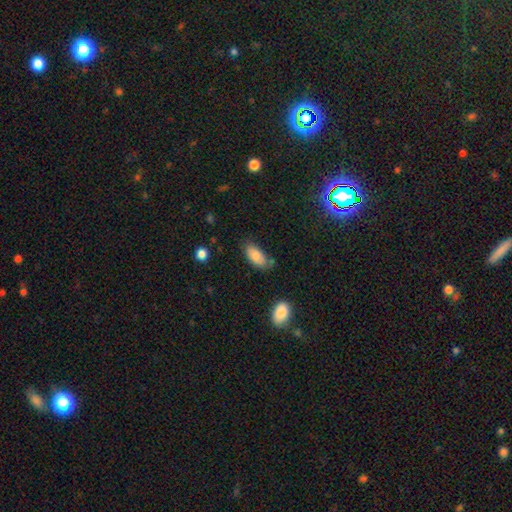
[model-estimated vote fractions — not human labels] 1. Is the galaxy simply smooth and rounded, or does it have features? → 81% smooth, 12% featured or disk, 7% star or artifact.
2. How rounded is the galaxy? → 91% in between, 6% cigar-shaped, 3% round.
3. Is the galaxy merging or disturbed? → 57% none, 30% minor disturbance, 7% major disturbance, 6% merger.